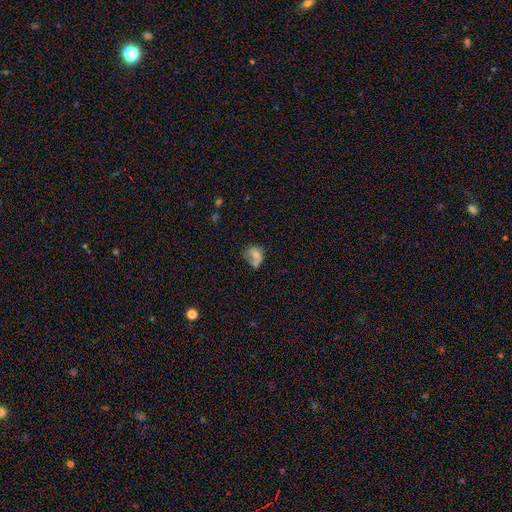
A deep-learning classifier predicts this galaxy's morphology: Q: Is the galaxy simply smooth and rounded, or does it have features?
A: smooth — 58%.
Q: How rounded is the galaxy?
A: in between — 53%.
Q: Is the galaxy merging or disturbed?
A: none — 28%.